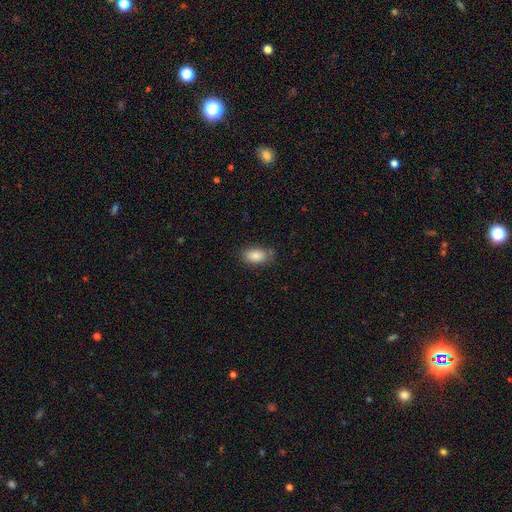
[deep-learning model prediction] This is clearly a smooth galaxy (87%). How rounded: clearly in between (91%). Merging: likely none (78%).